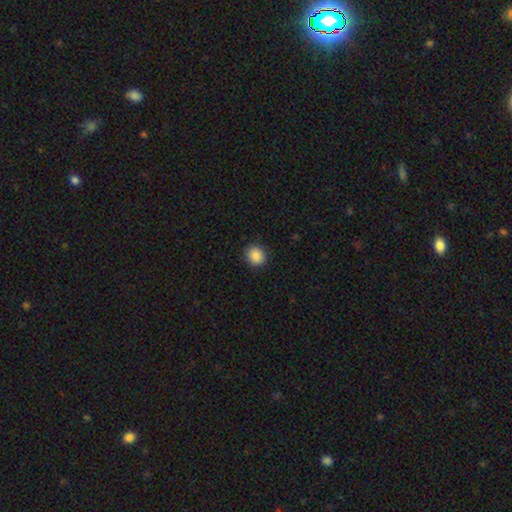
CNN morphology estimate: Smooth or featured? smooth (87%)
How rounded? round (73%)
Merging? none (90%)